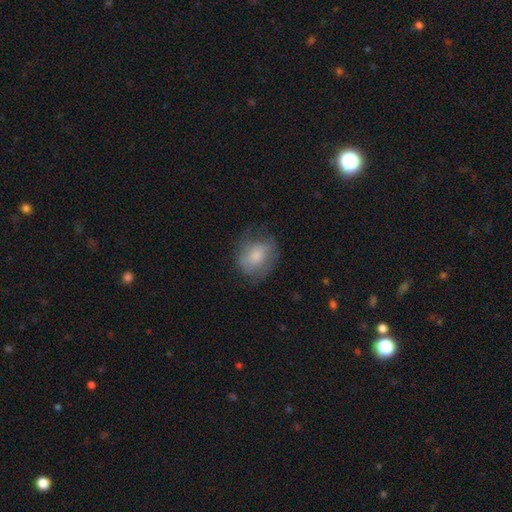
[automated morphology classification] Smooth or featured: smooth — 60% (featured or disk — 33%)
How rounded: in between — 50% (round — 49%)
Merging: none — 60% (minor disturbance — 25%)